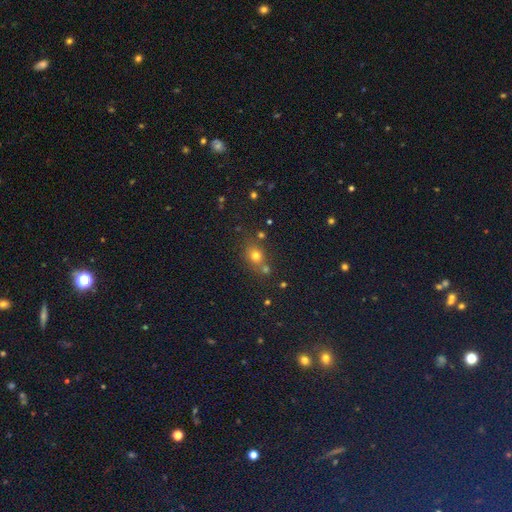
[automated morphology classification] This appears to be a smooth galaxy with no disk features (69%) that is round (71%). Merging: none (63%).